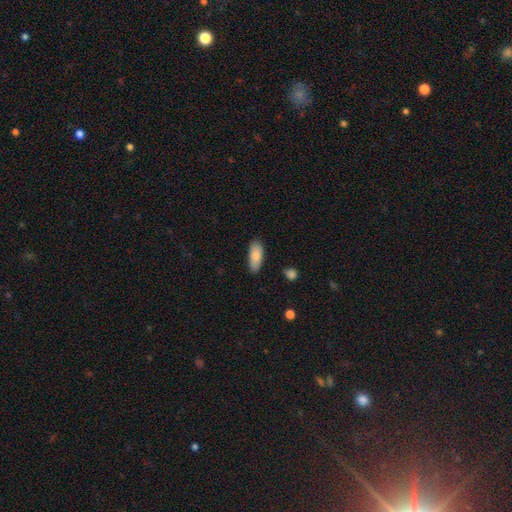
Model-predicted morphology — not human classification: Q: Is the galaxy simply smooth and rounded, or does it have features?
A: smooth — 85%.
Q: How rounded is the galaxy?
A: in between — 80%.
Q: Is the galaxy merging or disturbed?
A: none — 82%.